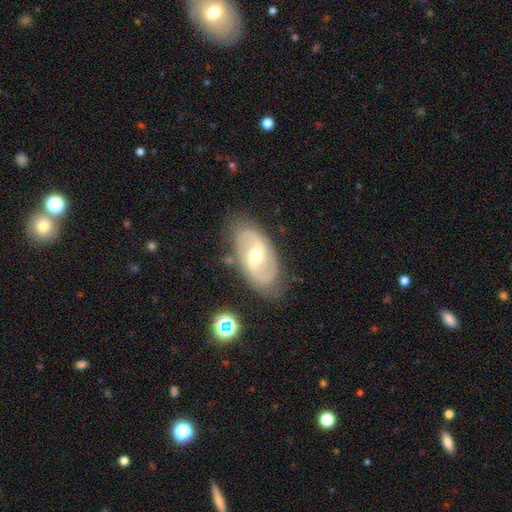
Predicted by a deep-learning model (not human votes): Smooth or featured?
  - featured or disk: 84% *
  - smooth: 10%
  - star or artifact: 6%
Edge-on disk?
  - no: 95% *
  - yes: 5%
Bar?
  - weak: 48% *
  - no: 32%
  - strong: 19%
Spiral arms?
  - yes: 93% *
  - no: 7%
Spiral winding?
  - medium: 49% *
  - tight: 31%
  - loose: 20%
Spiral arm count?
  - 2: 85% *
  - can't tell: 7%
  - 3: 3%
  - 1: 2%
  - 4: 1%
  - more than 4: 1%
Bulge size?
  - moderate: 54% *
  - small: 43%
  - large: 2%
  - none: 1%
  - dominant: 1%
Merging?
  - none: 78% *
  - minor disturbance: 15%
  - major disturbance: 5%
  - merger: 2%